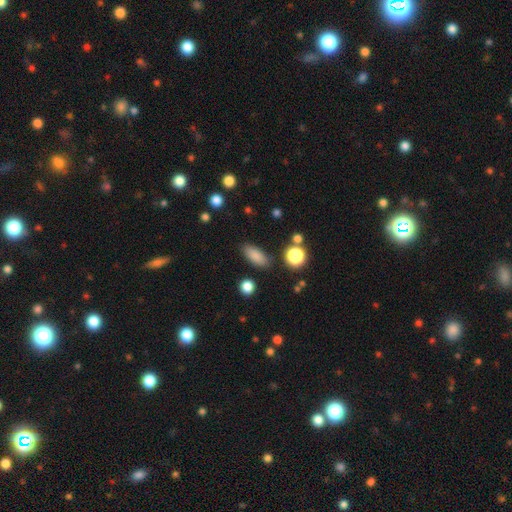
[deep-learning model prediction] smooth_or_featured: smooth (p=0.84) [alt: star or artifact p=0.09]
how_rounded: in between (p=0.78) [alt: cigar-shaped p=0.17]
merging: none (p=0.84) [alt: minor disturbance p=0.10]